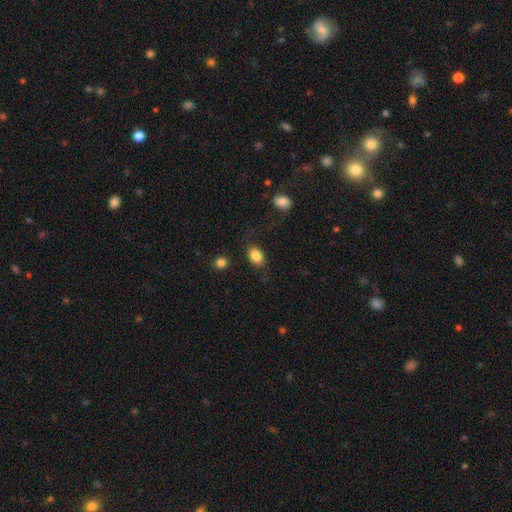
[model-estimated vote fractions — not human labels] Overall: smooth (85%). How rounded: in between (77%). Merging: none (74%).